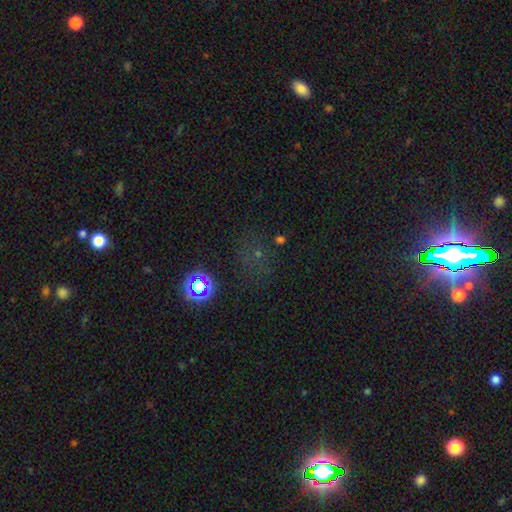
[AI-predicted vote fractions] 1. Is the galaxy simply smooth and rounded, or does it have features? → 52% star or artifact, 36% smooth, 12% featured or disk.